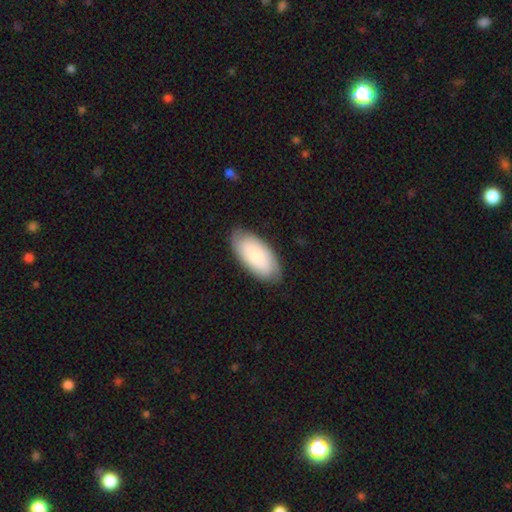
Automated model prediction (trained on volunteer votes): This appears to be a smooth galaxy with no disk features (72%) that is in between round and cigar-shaped (92%). Merging: none (82%).